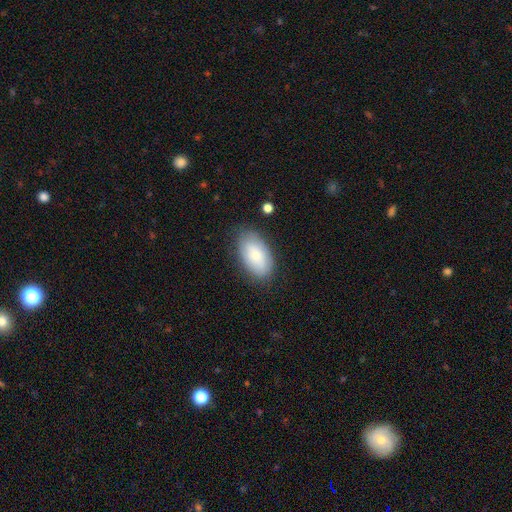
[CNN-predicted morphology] smooth 73%, featured or disk 20%, star or artifact 7%. Down the decision tree: how rounded — in between (94%); merging — none (80%).